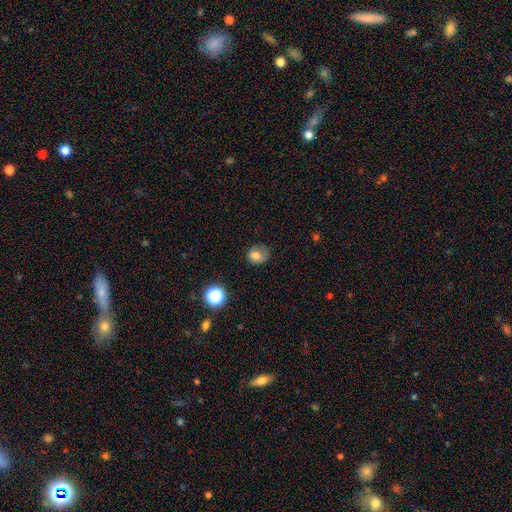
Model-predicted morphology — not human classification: A smooth galaxy with no disk features (75%) that is round (59%). Merging: none (50%).